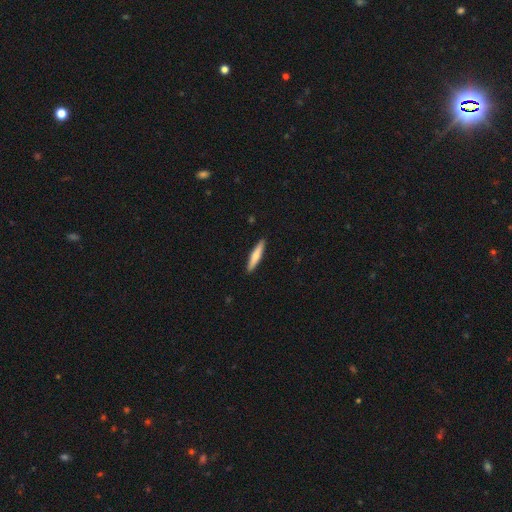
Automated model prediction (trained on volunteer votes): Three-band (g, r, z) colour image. It shows a smooth galaxy with no disk features (62%) that is cigar-shaped (90%). Merging: none (92%).